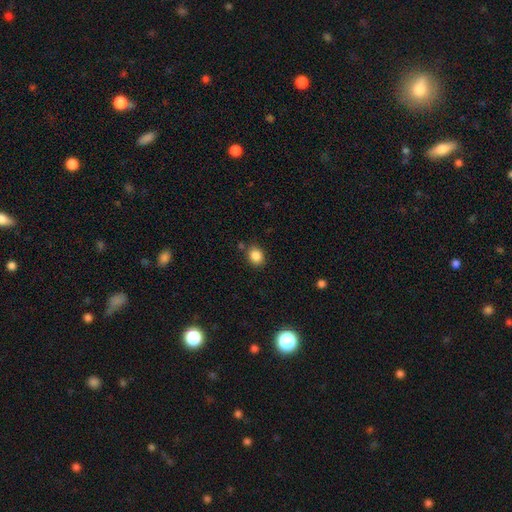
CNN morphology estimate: Overall: smooth (86%). How rounded: round (64%; in between 35%). Merging: none (81%).